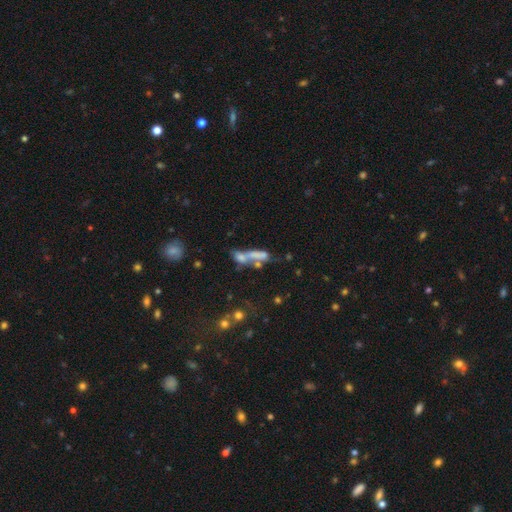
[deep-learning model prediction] Overall: smooth (50%; featured or disk 34%). Merging: merger (53%; none 21%).